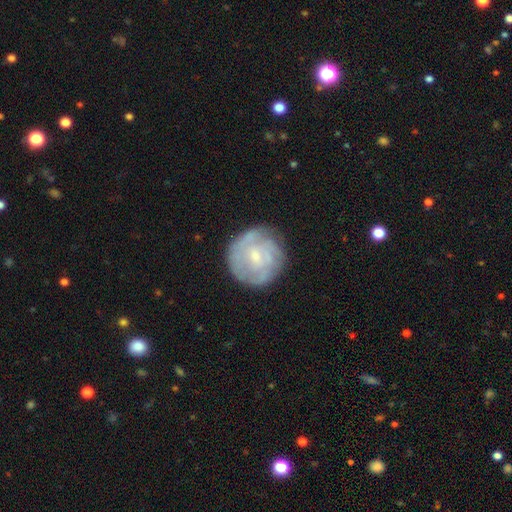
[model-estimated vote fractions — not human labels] smooth_or_featured: featured or disk (p=0.58) [alt: smooth p=0.35]
disk_edge_on: no (p=0.98) [alt: yes p=0.02]
bar: no (p=0.58) [alt: weak p=0.36]
has_spiral_arms: yes (p=0.70) [alt: no p=0.30]
bulge_size: small (p=0.56) [alt: moderate p=0.33]
merging: none (p=0.76) [alt: minor disturbance p=0.17]